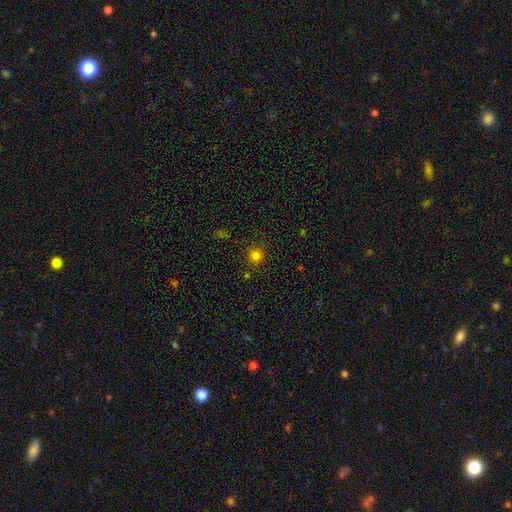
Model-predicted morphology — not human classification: The model was most divided on "smooth or featured": smooth: 80%, star or artifact: 16%, featured or disk: 4%. More confident: how rounded — round (93%); merging — none (87%).